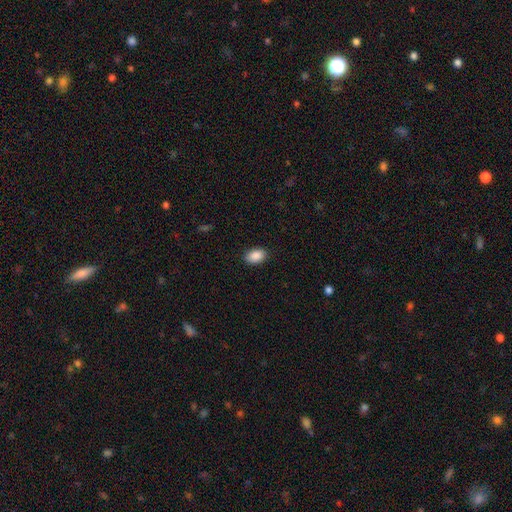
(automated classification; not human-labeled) smooth 90%, star or artifact 7%, featured or disk 3%. Down the decision tree: how rounded — in between (90%); merging — none (89%).